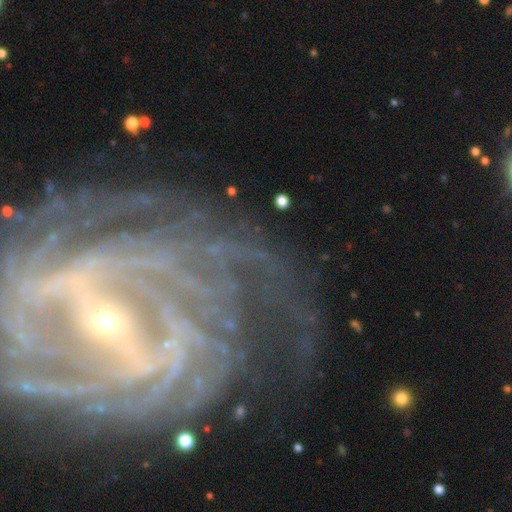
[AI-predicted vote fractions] This appears to be a featured or disk galaxy (85%) with a strong bar (45%), tight (65%) spiral arms (94%) and a small central bulge (79%). Merging: none (65%).